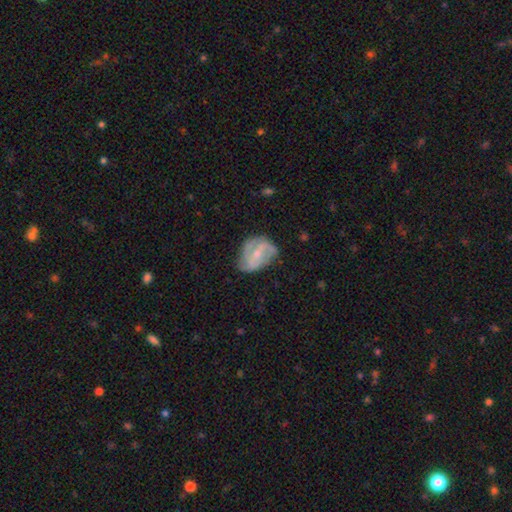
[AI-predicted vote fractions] This appears to be a featured or disk galaxy (67%) with a weak bar (42%), 2 (51%) medium (44%) spiral arms (78%) and a small central bulge (57%). Merging: none (52%).